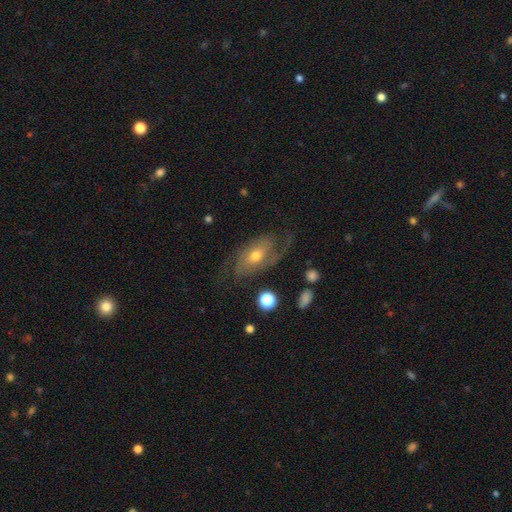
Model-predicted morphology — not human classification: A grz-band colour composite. It shows a featured or disk galaxy (74%) with no bar (64%), 2 (64%) medium (42%) spiral arms (88%) and a moderate central bulge (66%). Merging: none (57%).